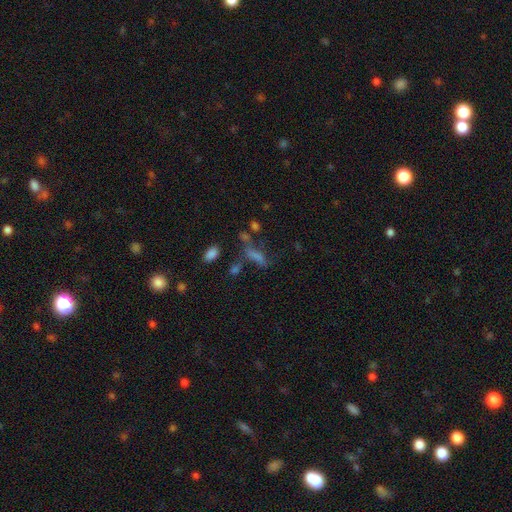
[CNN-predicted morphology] Q: Smooth or featured?
A: smooth (52%); runner-up: star or artifact (28%)
Q: How rounded?
A: cigar-shaped (48%); runner-up: in between (44%)
Q: Merging?
A: none (51%); runner-up: minor disturbance (17%)